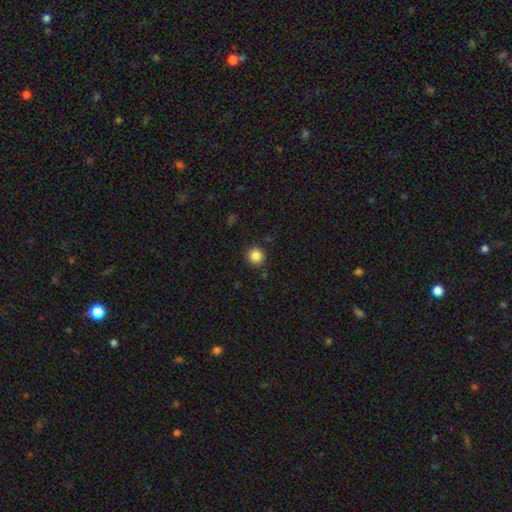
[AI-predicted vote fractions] Overall: smooth (85%). How rounded: round (94%). Merging: none (90%).